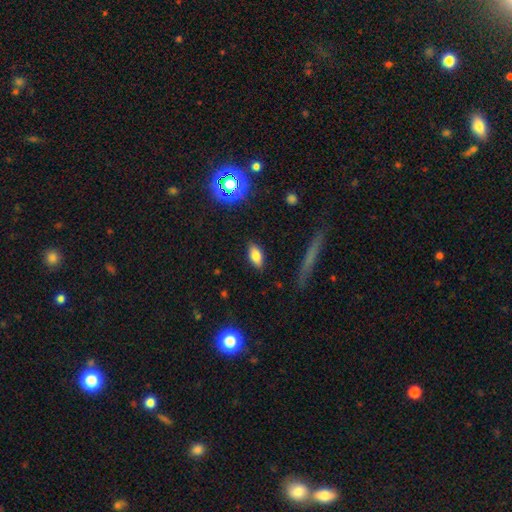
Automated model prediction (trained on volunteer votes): This is clearly a smooth galaxy (80%). How rounded: clearly in between (89%). Merging: clearly none (86%).